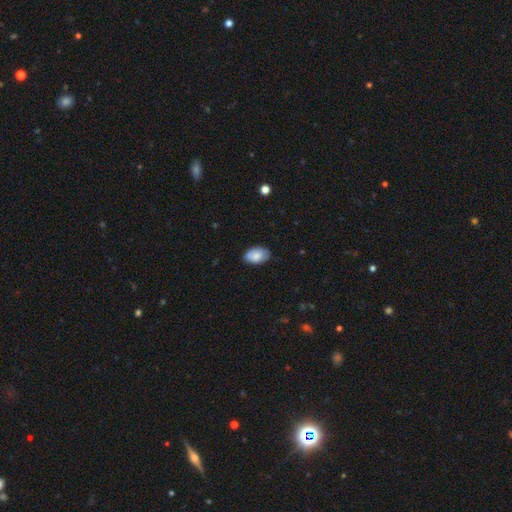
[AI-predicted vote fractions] Morphology: type=smooth (82%); roundness=in between (91%); merging=none (78%).